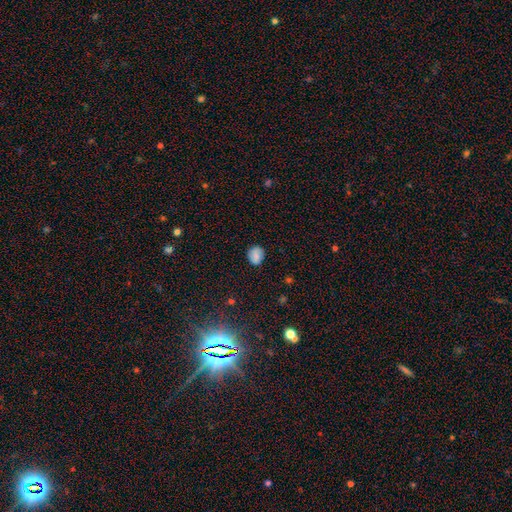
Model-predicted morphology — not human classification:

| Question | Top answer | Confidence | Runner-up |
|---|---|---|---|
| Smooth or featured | smooth | 79% | featured or disk (11%) |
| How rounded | round | 60% | in between (39%) |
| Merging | none | 77% | minor disturbance (18%) |